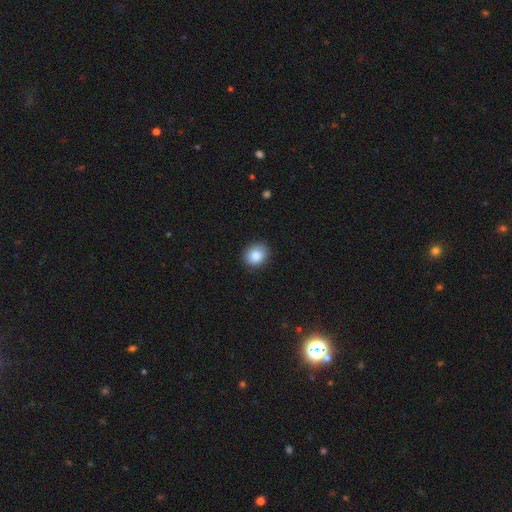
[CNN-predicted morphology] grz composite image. It shows a smooth galaxy with no disk features (86%) that is round (64%). Merging: none (87%).